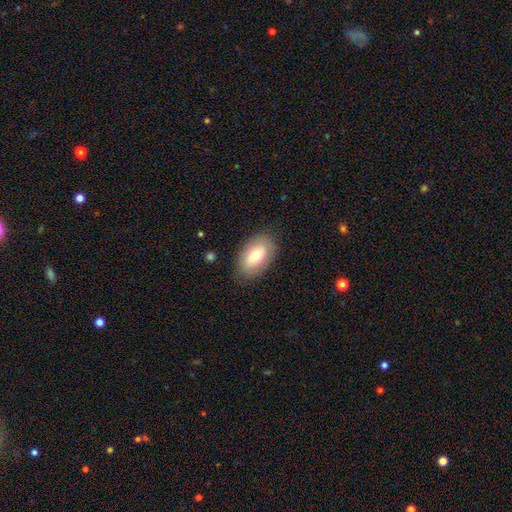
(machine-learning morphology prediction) A smooth galaxy with no disk features (72%) that is in between round and cigar-shaped (92%).

Vote fractions:
- Smooth or featured? smooth: 72% / featured or disk: 21% / star or artifact: 7%
- How rounded? in between: 92% / round: 6% / cigar-shaped: 2%
- Merging? none: 84% / minor disturbance: 12% / major disturbance: 3% / merger: 1%